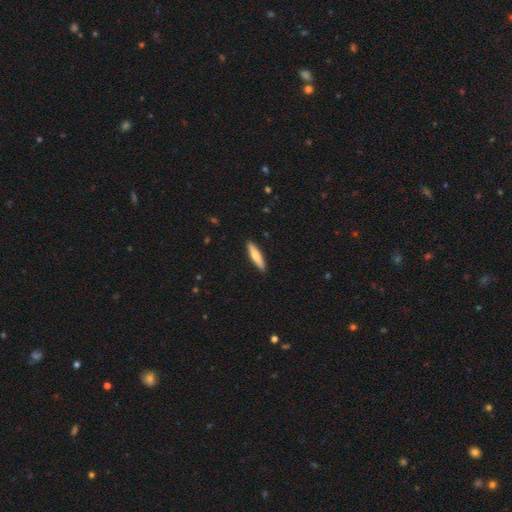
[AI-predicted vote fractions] Morphology: type=smooth (65%); roundness=cigar-shaped (83%); merging=none (91%).